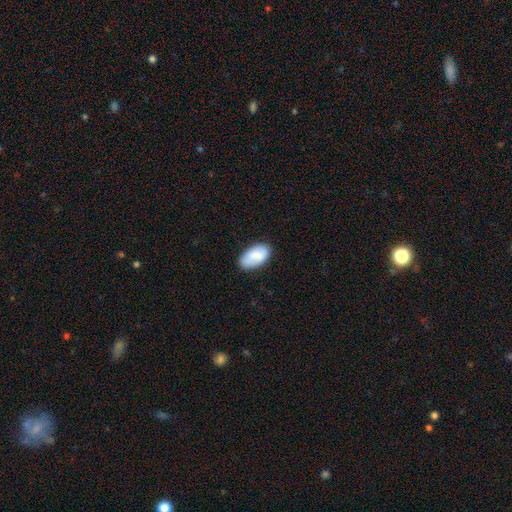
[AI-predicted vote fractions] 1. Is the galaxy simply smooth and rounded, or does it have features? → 85% smooth, 9% featured or disk, 6% star or artifact.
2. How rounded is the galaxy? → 95% in between, 3% round, 2% cigar-shaped.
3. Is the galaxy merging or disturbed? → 81% none, 15% minor disturbance, 3% major disturbance, 1% merger.